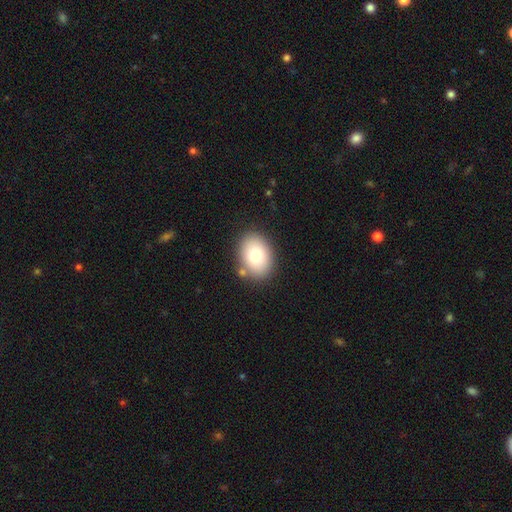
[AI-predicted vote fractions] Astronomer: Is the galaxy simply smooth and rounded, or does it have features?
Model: smooth — 76%.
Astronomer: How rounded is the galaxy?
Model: in between — 66%.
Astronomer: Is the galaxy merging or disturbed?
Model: none — 83%.